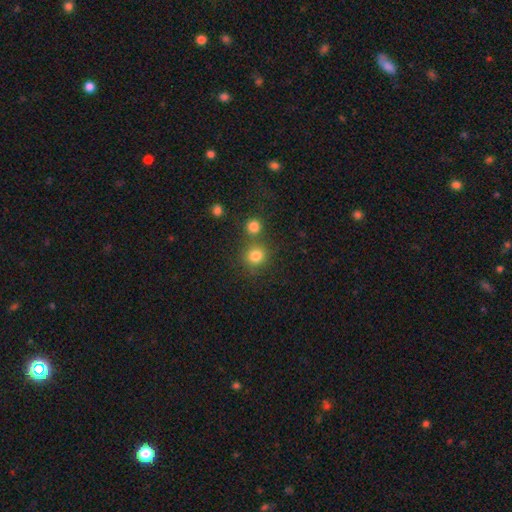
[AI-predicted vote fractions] smooth_or_featured: smooth (p=0.81) [alt: star or artifact p=0.13]
how_rounded: round (p=0.90) [alt: in between p=0.09]
merging: none (p=0.69) [alt: merger p=0.19]